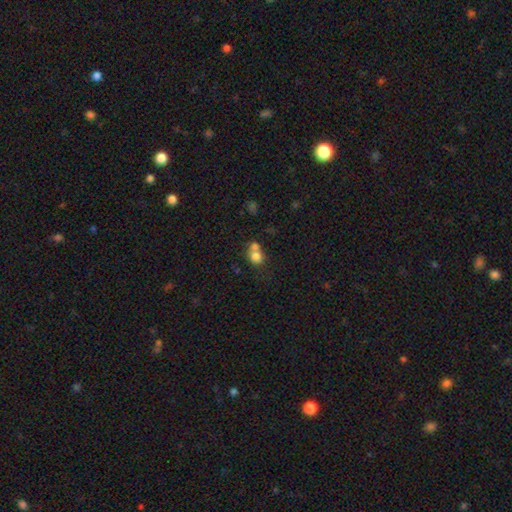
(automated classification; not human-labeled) This is likely a smooth galaxy (77%). How rounded: likely round (74%). Merging: possibly merger (52%).